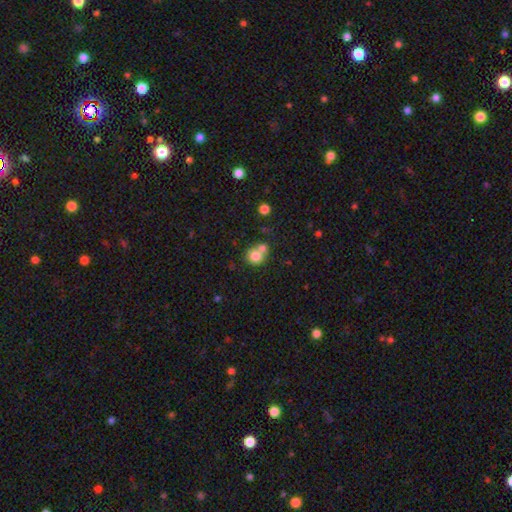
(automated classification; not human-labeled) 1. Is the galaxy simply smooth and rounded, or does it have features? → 78% smooth, 12% featured or disk, 10% star or artifact.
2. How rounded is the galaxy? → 83% round, 16% in between, 1% cigar-shaped.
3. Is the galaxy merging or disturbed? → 48% merger, 41% none, 7% minor disturbance, 3% major disturbance.